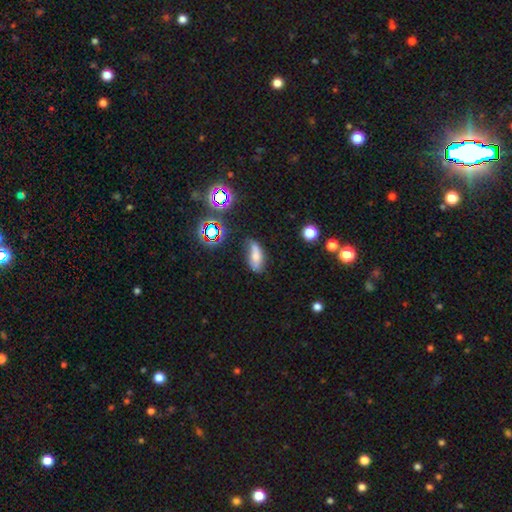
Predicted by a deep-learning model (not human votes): smooth_or_featured: smooth (p=0.62) [alt: featured or disk p=0.24]
how_rounded: in between (p=0.69) [alt: cigar-shaped p=0.27]
merging: none (p=0.52) [alt: minor disturbance p=0.30]